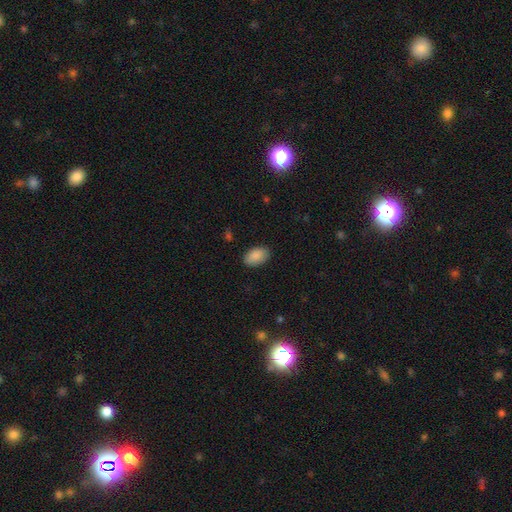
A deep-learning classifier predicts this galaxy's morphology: Q: Smooth or featured?
A: smooth (90%); runner-up: star or artifact (7%)
Q: How rounded?
A: in between (92%); runner-up: round (7%)
Q: Merging?
A: none (87%); runner-up: minor disturbance (10%)